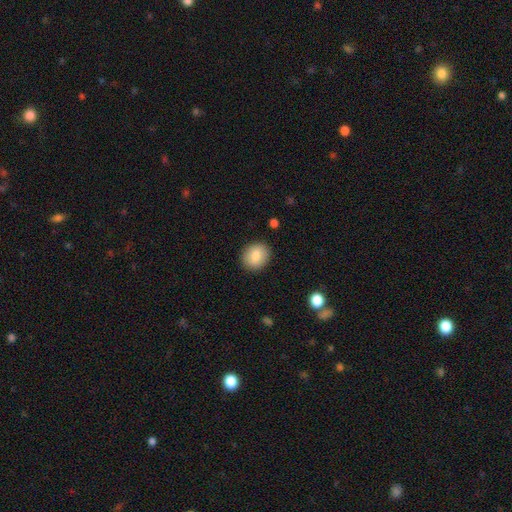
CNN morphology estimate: Q: Smooth or featured?
A: smooth (84%); runner-up: featured or disk (9%)
Q: How rounded?
A: round (71%); runner-up: in between (28%)
Q: Merging?
A: none (89%); runner-up: minor disturbance (8%)